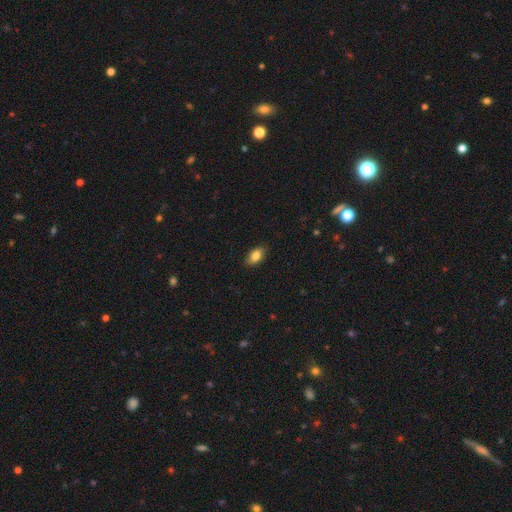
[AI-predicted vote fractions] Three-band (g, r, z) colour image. It shows a smooth galaxy with no disk features (84%) that is in between round and cigar-shaped (89%). Merging: none (84%).